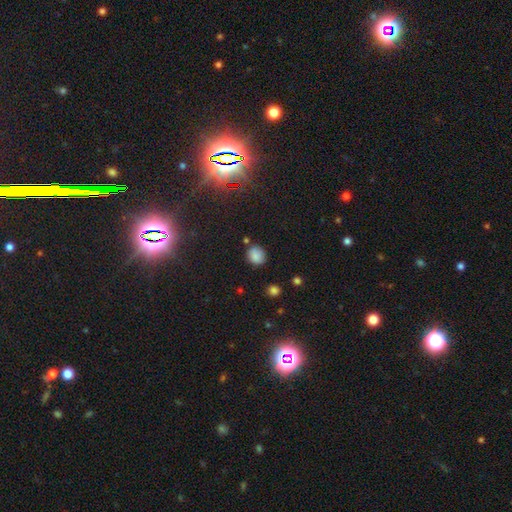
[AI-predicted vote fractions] The model was most divided on "how rounded": round: 69%, in between: 30%, cigar-shaped: 1%. More confident: smooth or featured — smooth (82%); merging — none (78%).